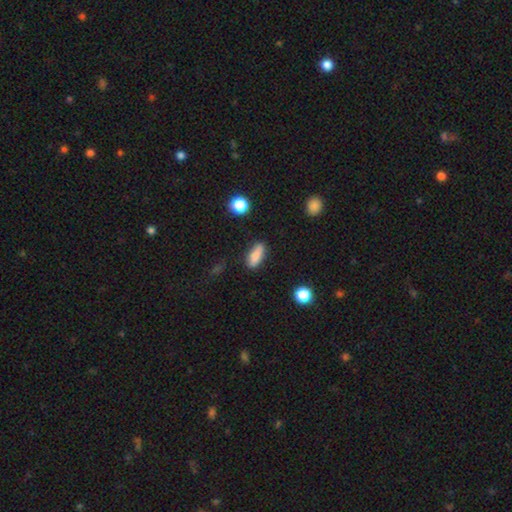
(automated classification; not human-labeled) smooth_or_featured: smooth (p=0.85) [alt: star or artifact p=0.08]
how_rounded: in between (p=0.65) [alt: cigar-shaped p=0.31]
merging: none (p=0.81) [alt: minor disturbance p=0.13]